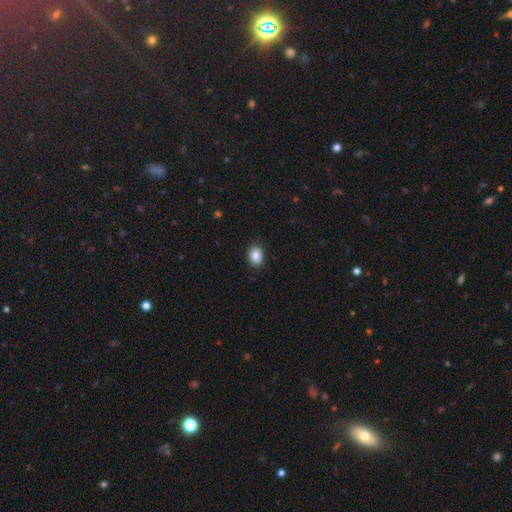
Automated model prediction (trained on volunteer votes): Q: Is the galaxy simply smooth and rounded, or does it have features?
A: smooth — 88%.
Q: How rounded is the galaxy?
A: in between — 73%.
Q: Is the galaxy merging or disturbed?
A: none — 87%.